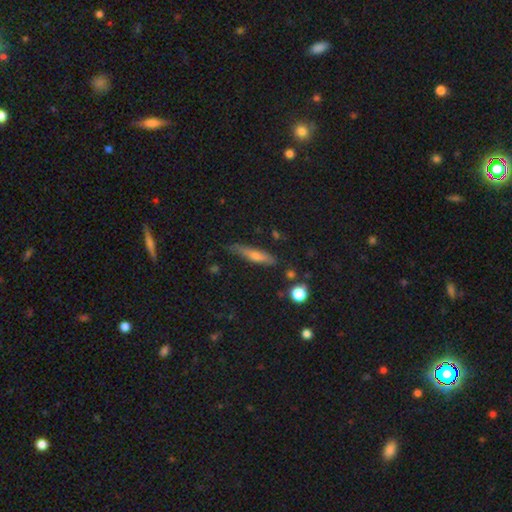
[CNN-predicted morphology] Smooth or featured? featured or disk (49%)
Merging? none (81%)